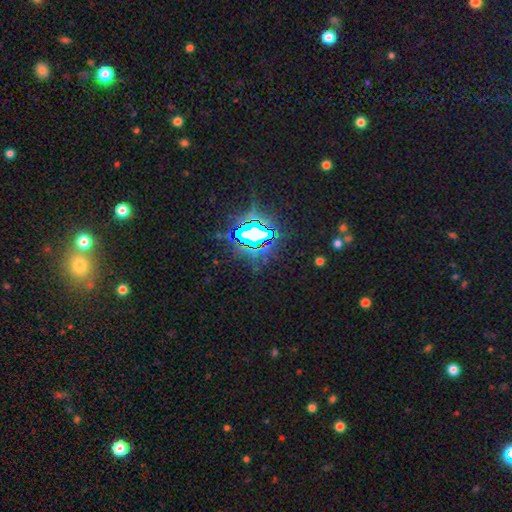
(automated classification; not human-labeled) Smooth or featured: star or artifact — 83% (smooth — 10%)